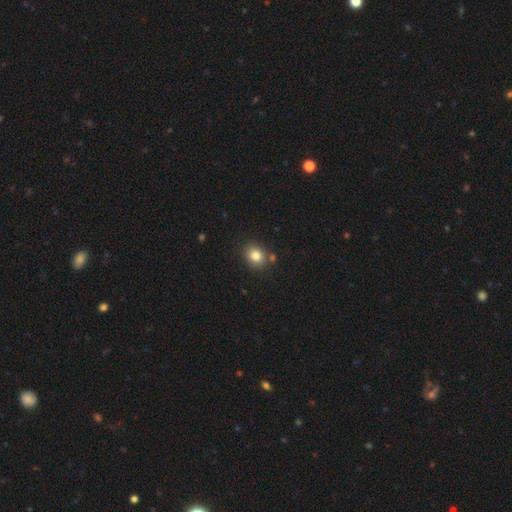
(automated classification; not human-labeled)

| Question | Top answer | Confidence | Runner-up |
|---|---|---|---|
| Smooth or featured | smooth | 81% | star or artifact (11%) |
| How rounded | round | 71% | in between (29%) |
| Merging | none | 79% | minor disturbance (10%) |